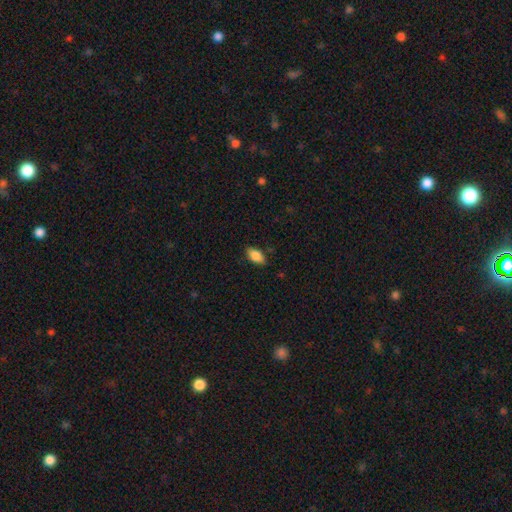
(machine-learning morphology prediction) This appears to be a smooth galaxy with no disk features (85%) that is in between round and cigar-shaped (90%). Merging: none (83%).